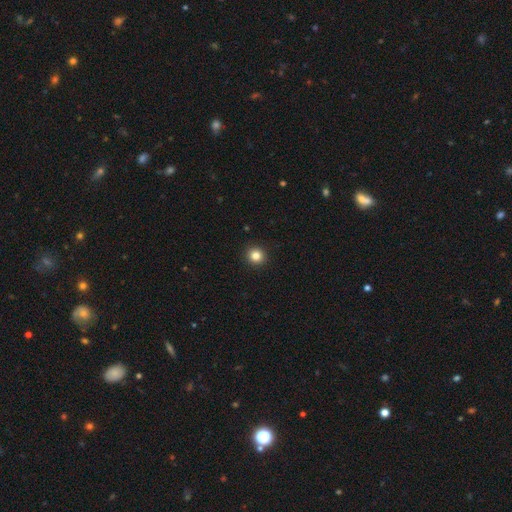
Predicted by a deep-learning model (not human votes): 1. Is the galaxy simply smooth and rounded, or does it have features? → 84% smooth, 12% star or artifact, 5% featured or disk.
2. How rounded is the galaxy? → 93% round, 6% in between, 1% cigar-shaped.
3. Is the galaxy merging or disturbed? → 93% none, 4% minor disturbance, 1% major disturbance, 1% merger.